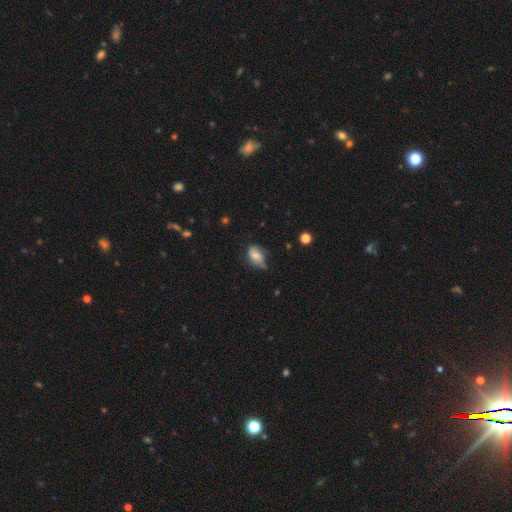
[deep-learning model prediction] A smooth galaxy with no disk features (61%) that is in between round and cigar-shaped (85%).

Vote fractions:
- Smooth or featured? smooth: 61% / featured or disk: 30% / star or artifact: 9%
- How rounded? in between: 85% / round: 13% / cigar-shaped: 2%
- Merging? minor disturbance: 41% / none: 40% / major disturbance: 17% / merger: 3%